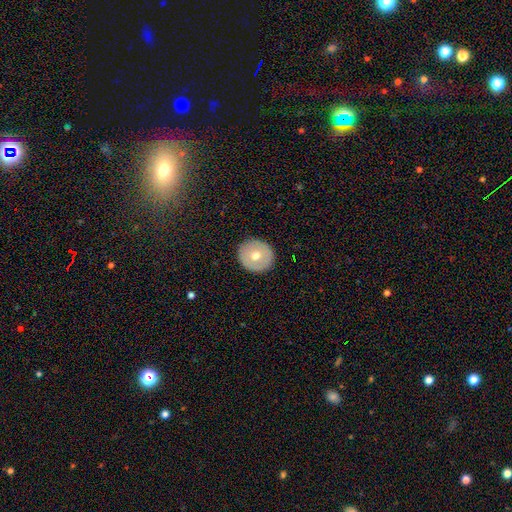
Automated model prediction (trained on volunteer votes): Overall: smooth (56%; featured or disk 37%). How rounded: round (90%). Merging: none (91%).